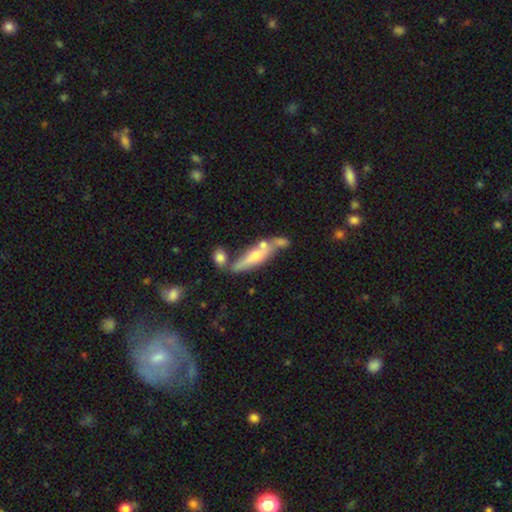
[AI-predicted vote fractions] featured or disk 52%, smooth 41%, star or artifact 8%. Down the decision tree: edge-on disk — yes (77%); merging — none (53%).